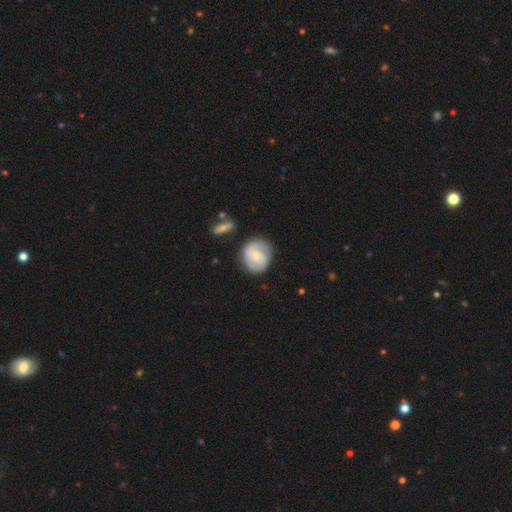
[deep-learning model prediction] Morphology: type=smooth (49%); merging=none (71%).